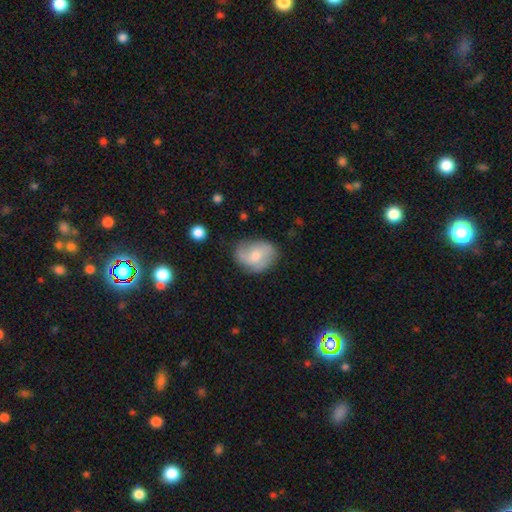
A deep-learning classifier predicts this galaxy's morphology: Overall: featured or disk (53%; smooth 40%). Edge-on disk: no (97%). Bar: no (58%; weak 36%). Spiral arms: yes (84%). Bulge size: moderate (51%; small 37%). Merging: none (65%).